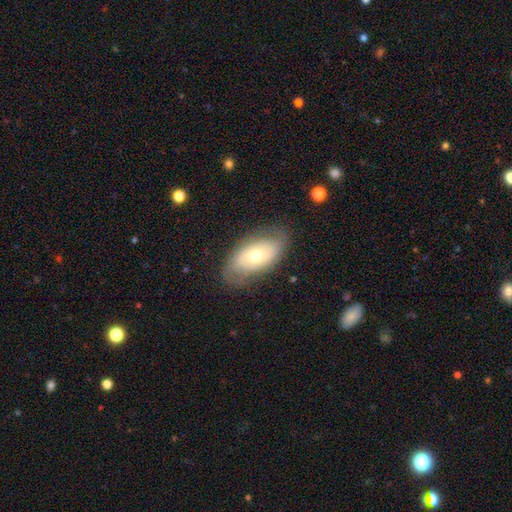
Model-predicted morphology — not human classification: type=smooth (50%); merging=none (74%).